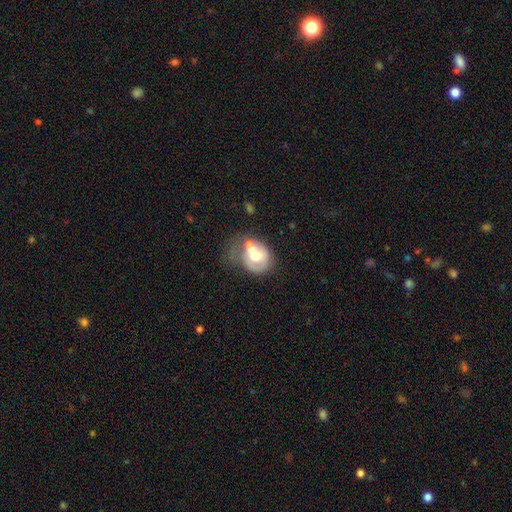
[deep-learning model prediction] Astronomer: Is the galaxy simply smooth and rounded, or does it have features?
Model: smooth — 48% (runner-up: featured or disk, 44%).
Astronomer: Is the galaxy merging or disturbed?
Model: merger — 36% (runner-up: none, 25%).